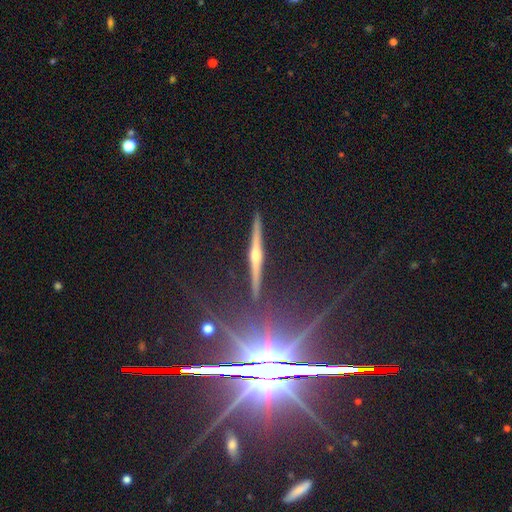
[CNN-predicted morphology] Q: Smooth or featured?
A: featured or disk (72%); runner-up: star or artifact (17%)
Q: Edge-on disk?
A: yes (97%); runner-up: no (3%)
Q: Edge-on bulge?
A: rounded (87%); runner-up: none (8%)
Q: Merging?
A: none (86%); runner-up: minor disturbance (9%)